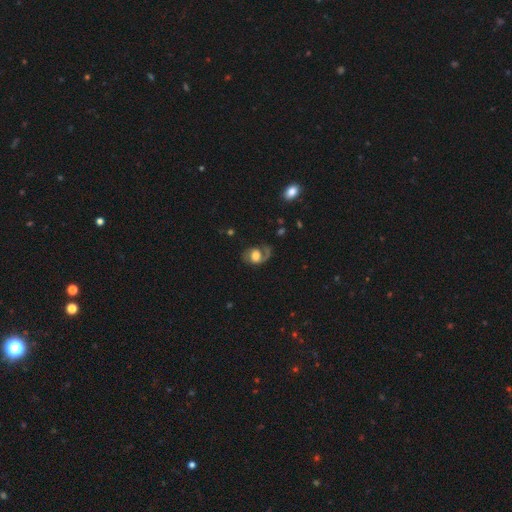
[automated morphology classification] A featured or disk galaxy (65%) with no bar (57%), 2 (61%) medium (44%) spiral arms (88%) and a large central bulge (43%). Merging: none (55%).